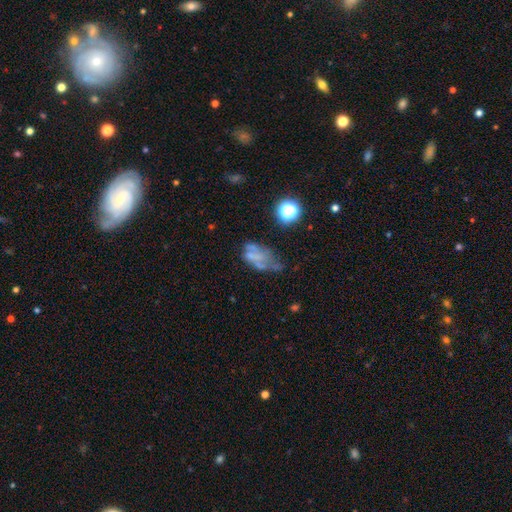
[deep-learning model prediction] The model was most divided on "merging": none: 34%, major disturbance: 31%, minor disturbance: 25%, merger: 11%. Remaining: smooth or featured — featured or disk (45%).